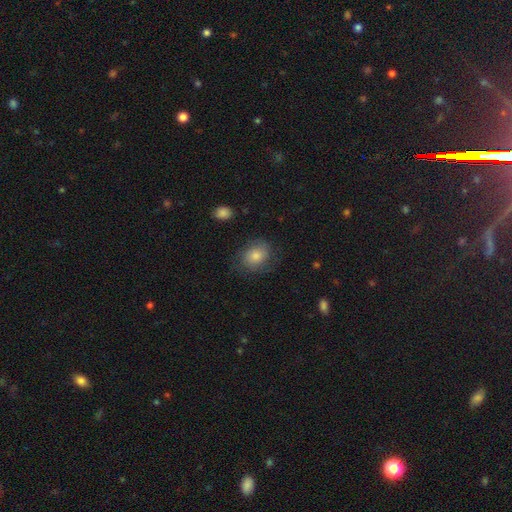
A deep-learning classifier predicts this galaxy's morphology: This appears to be a smooth galaxy with no disk features (63%) that is round (51%). Merging: none (72%).